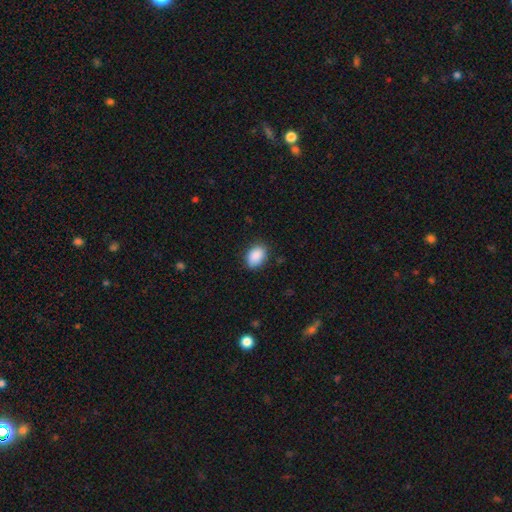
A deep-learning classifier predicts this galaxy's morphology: The model was most divided on "how rounded": in between: 82%, round: 17%, cigar-shaped: 1%. More confident: smooth or featured — smooth (89%); merging — none (82%).